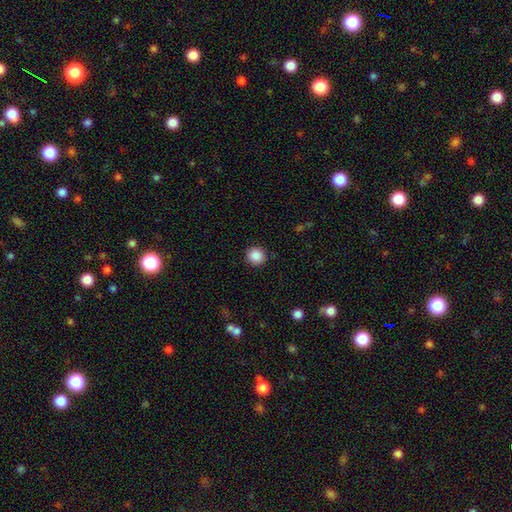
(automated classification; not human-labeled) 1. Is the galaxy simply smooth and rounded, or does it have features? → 87% smooth, 9% star or artifact, 3% featured or disk.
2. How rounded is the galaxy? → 93% round, 6% in between, 1% cigar-shaped.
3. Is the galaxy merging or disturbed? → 91% none, 6% minor disturbance, 2% major disturbance, 1% merger.